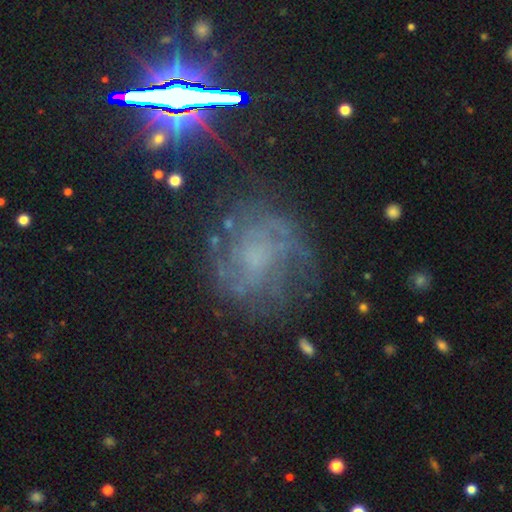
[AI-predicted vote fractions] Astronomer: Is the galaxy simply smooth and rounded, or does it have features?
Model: featured or disk — 59%.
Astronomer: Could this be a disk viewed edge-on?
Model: no — 95%.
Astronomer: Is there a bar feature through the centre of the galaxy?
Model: no — 73%.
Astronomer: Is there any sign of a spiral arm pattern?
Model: yes — 76%.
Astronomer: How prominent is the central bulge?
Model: none — 49% (runner-up: small, 26%).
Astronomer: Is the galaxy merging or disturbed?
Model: none — 68%.